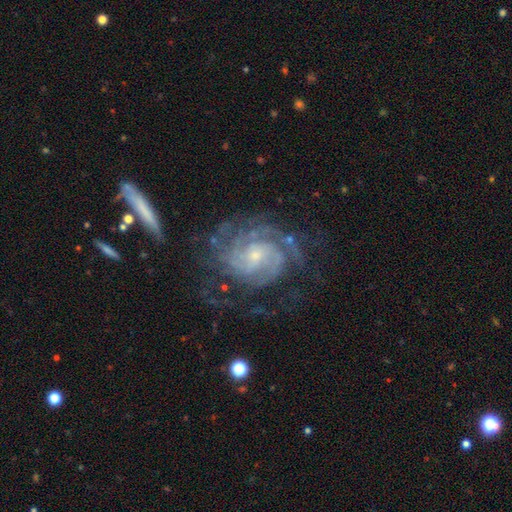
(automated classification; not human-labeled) Smooth or featured: featured or disk — 89% (star or artifact — 6%)
Edge-on disk: no — 97% (yes — 3%)
Bar: no — 62% (weak — 31%)
Spiral arms: yes — 97% (no — 3%)
Spiral winding: tight — 65% (medium — 29%)
Spiral arm count: can't tell — 25% (2 — 24%)
Bulge size: small — 69% (moderate — 24%)
Merging: none — 66% (minor disturbance — 18%)